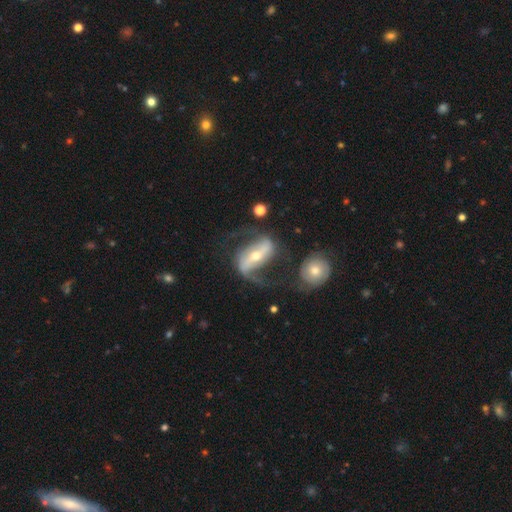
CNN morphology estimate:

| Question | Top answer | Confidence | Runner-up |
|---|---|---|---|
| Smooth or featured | featured or disk | 87% | smooth (8%) |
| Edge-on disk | no | 94% | yes (6%) |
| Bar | strong | 68% | weak (20%) |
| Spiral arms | yes | 94% | no (6%) |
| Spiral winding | loose | 60% | medium (32%) |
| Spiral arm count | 2 | 90% | 1 (4%) |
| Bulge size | moderate | 49% | small (45%) |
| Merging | none | 59% | major disturbance (19%) |